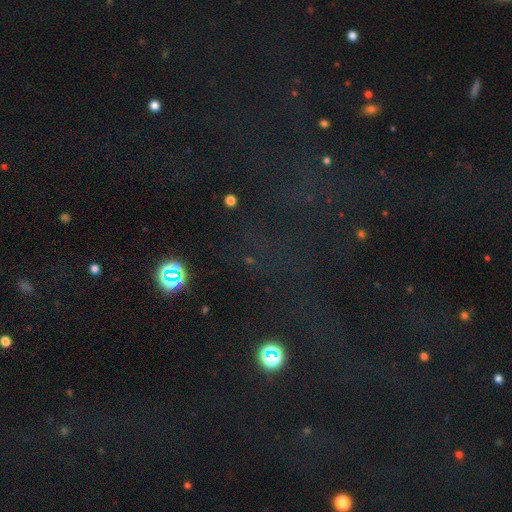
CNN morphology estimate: A star or artifact, not a galaxy (69%).